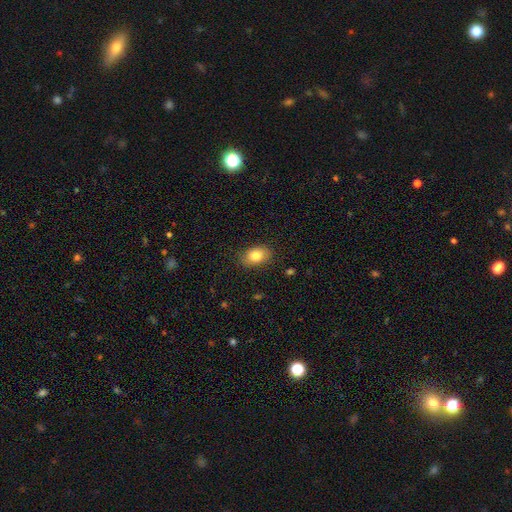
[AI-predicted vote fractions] Smooth or featured? smooth (82%)
How rounded? in between (84%)
Merging? none (85%)